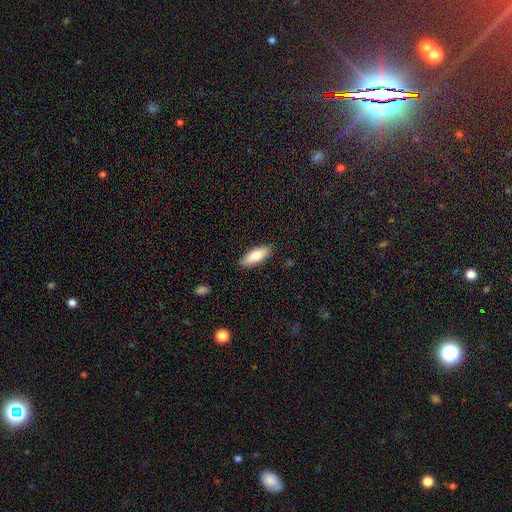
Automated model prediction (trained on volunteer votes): This appears to be a smooth galaxy with no disk features (76%) that is in between round and cigar-shaped (66%). Merging: none (89%).